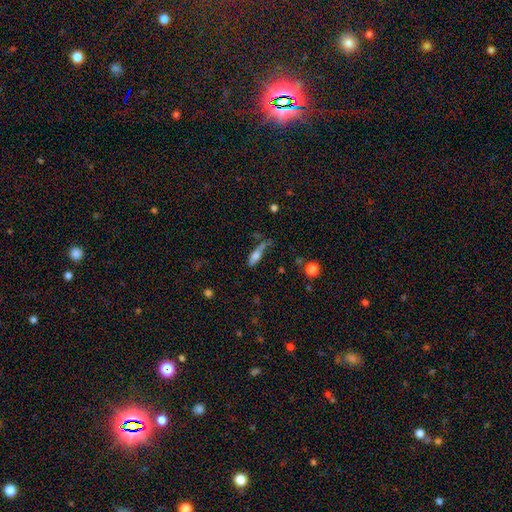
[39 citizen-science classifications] Smooth or featured? smooth (69%)
How rounded? cigar-shaped (81%)
Merging? minor disturbance (47%)